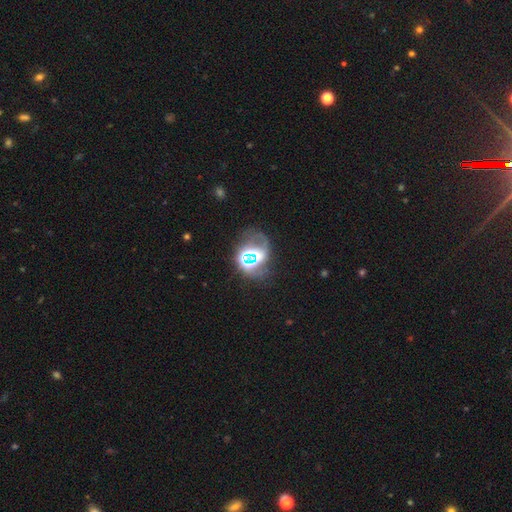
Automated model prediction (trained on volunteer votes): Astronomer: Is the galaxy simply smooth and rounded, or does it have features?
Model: star or artifact — 44% (runner-up: featured or disk, 32%).